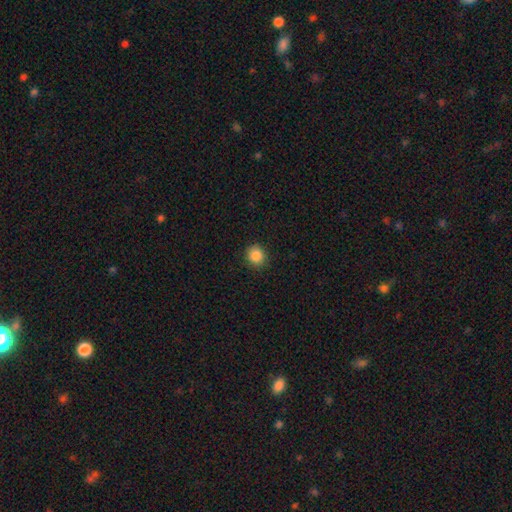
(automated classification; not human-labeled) The model was most divided on "how rounded": round: 85%, in between: 14%, cigar-shaped: 1%. More confident: merging — none (90%); smooth or featured — smooth (87%).